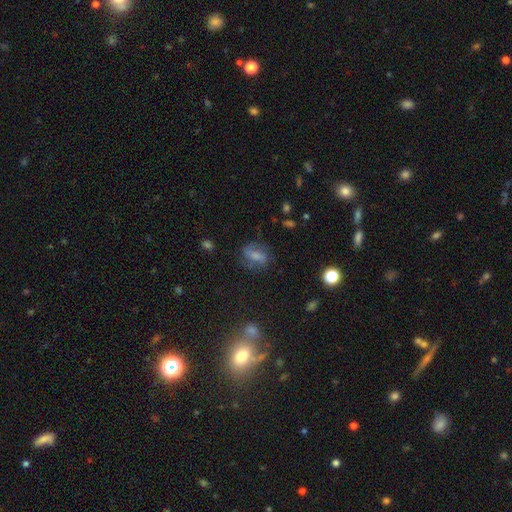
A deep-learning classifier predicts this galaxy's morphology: A smooth galaxy with no disk features (56%) that is in between round and cigar-shaped (75%).

Vote fractions:
- Smooth or featured? smooth: 56% / featured or disk: 31% / star or artifact: 13%
- How rounded? in between: 75% / round: 16% / cigar-shaped: 9%
- Merging? none: 65% / minor disturbance: 21% / major disturbance: 12% / merger: 2%